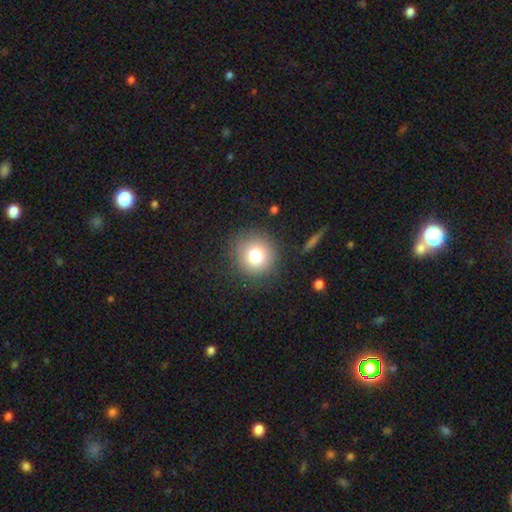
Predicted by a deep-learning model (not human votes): Smooth or featured: smooth — 77% (star or artifact — 12%)
How rounded: round — 93% (in between — 6%)
Merging: none — 84% (minor disturbance — 10%)